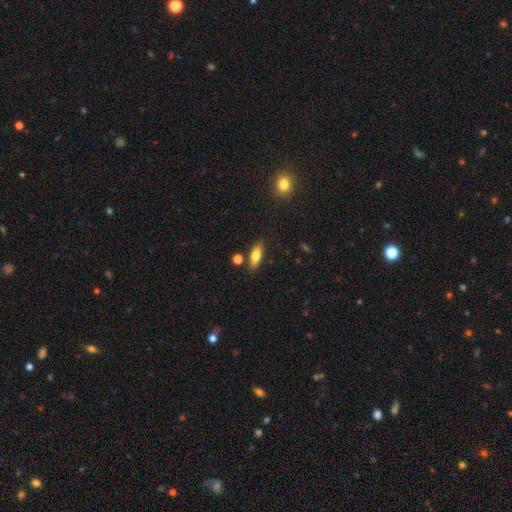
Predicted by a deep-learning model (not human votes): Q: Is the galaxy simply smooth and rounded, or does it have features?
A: smooth — 76%.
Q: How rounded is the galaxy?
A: in between — 72%.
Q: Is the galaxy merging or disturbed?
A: none — 80%.